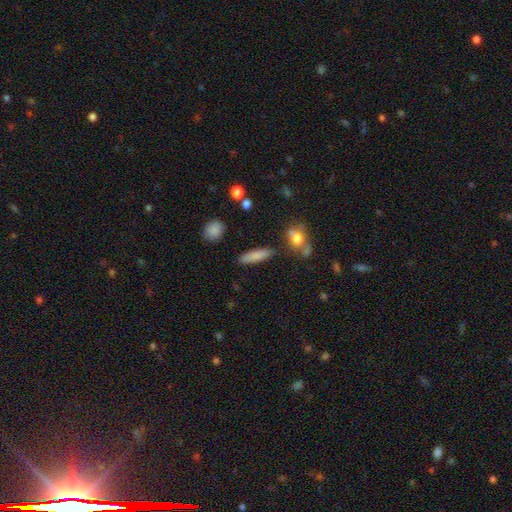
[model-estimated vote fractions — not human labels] Overall: smooth (80%). How rounded: cigar-shaped (73%). Merging: none (84%).